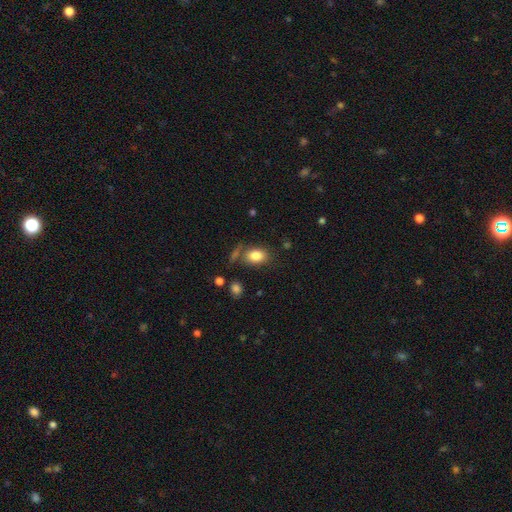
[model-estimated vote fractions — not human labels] smooth_or_featured: smooth (p=0.84) [alt: star or artifact p=0.09]
how_rounded: in between (p=0.81) [alt: round p=0.18]
merging: none (p=0.70) [alt: minor disturbance p=0.15]